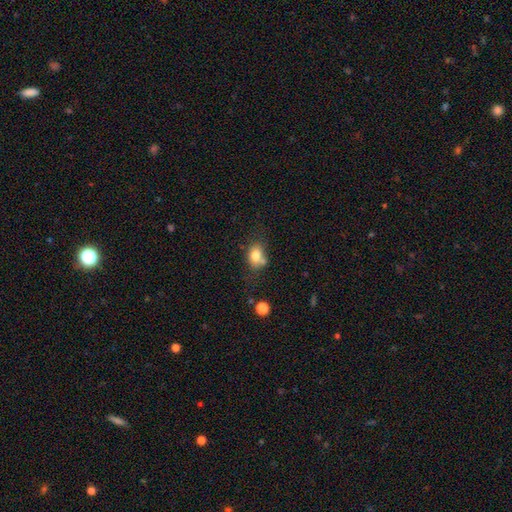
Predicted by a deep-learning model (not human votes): smooth_or_featured: smooth (p=0.78) [alt: featured or disk p=0.12]
how_rounded: in between (p=0.63) [alt: round p=0.36]
merging: none (p=0.51) [alt: minor disturbance p=0.22]